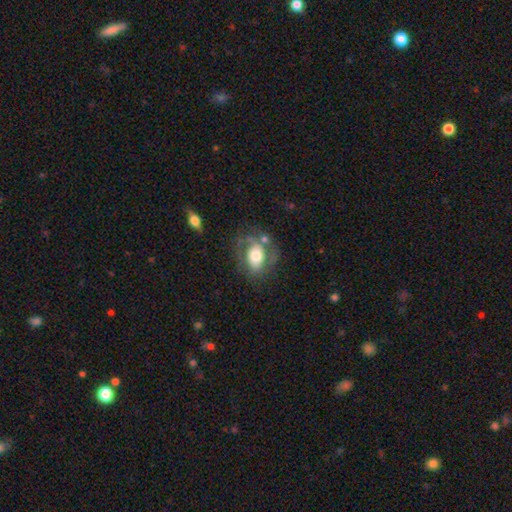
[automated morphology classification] Overall: featured or disk (49%; smooth 43%). Merging: none (54%; minor disturbance 23%).